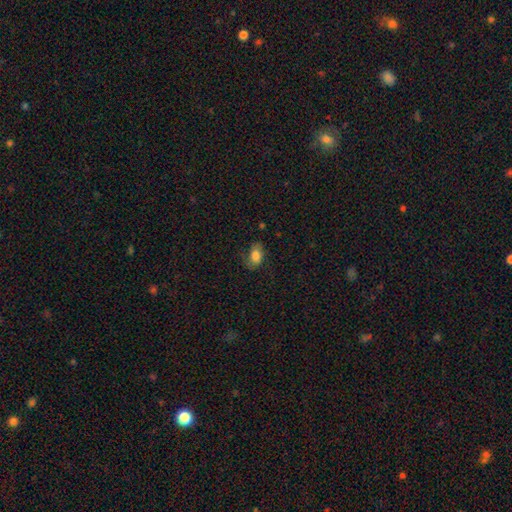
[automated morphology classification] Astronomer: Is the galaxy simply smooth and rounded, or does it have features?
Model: smooth — 79%.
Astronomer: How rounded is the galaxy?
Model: in between — 85%.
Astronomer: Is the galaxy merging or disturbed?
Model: none — 67%.